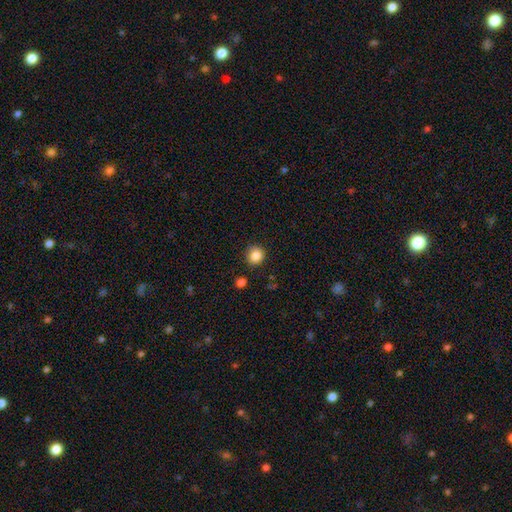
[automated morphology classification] Smooth or featured? smooth (86%)
How rounded? round (89%)
Merging? none (85%)